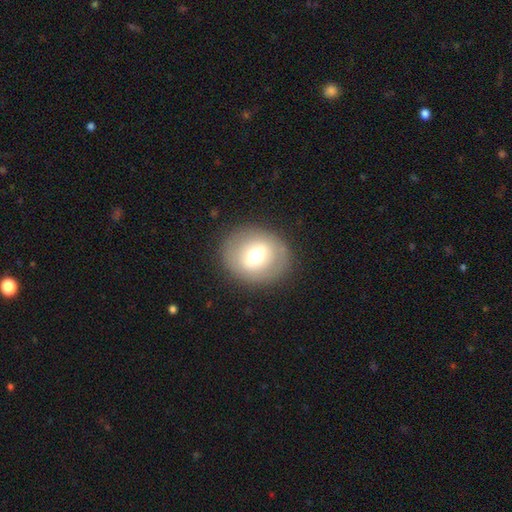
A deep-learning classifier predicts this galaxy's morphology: This is possibly a smooth galaxy (56%). How rounded: likely round (69%). Merging: clearly none (85%).